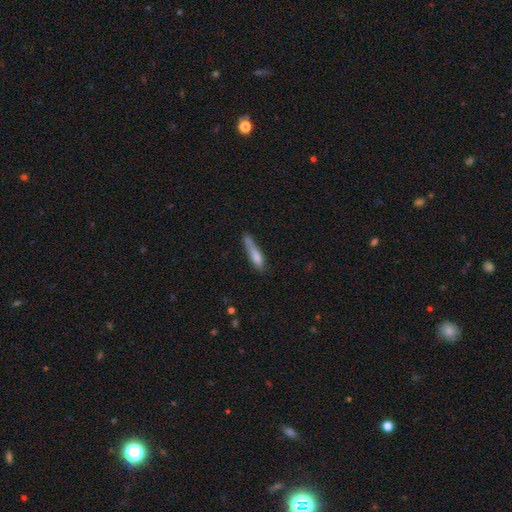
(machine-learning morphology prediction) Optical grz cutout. It shows a smooth galaxy with no disk features (76%) that is cigar-shaped (79%). Merging: none (46%).